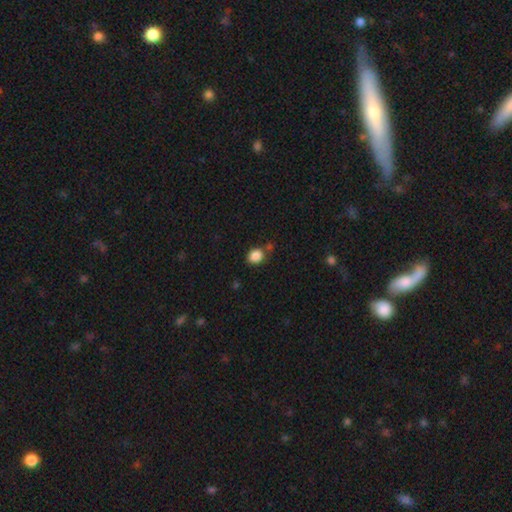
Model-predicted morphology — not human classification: Smooth or featured? smooth (86%)
How rounded? round (53%)
Merging? none (72%)